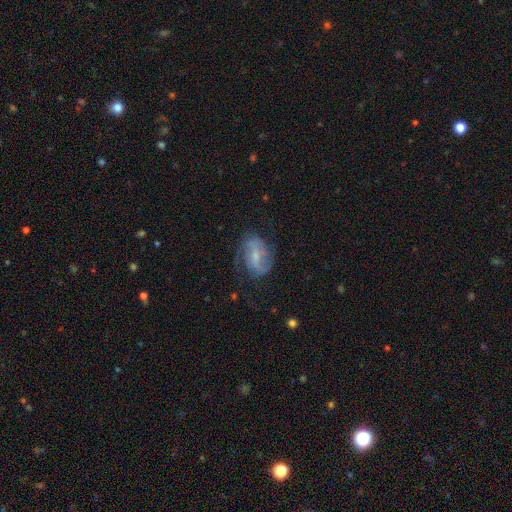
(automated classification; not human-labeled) The model was most divided on "spiral winding": medium: 46%, loose: 29%, tight: 25%. Remaining: edge-on disk — no (97%); spiral arms — yes (88%); spiral arm count — 2 (71%); smooth or featured — featured or disk (69%); merging — none (61%); bulge size — small (52%); bar — weak (49%).